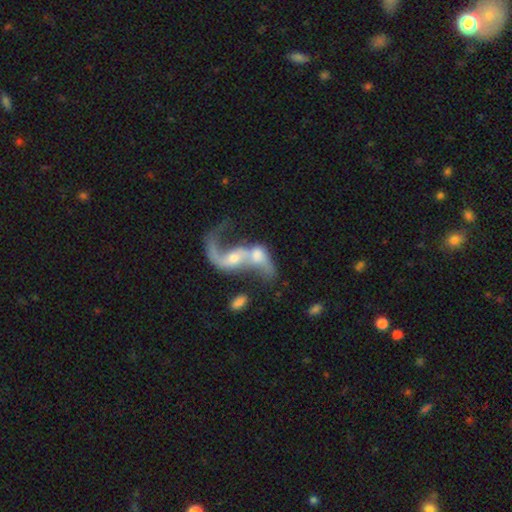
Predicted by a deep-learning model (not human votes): featured or disk 76%, smooth 16%, star or artifact 7%. Down the decision tree: edge-on disk — no (95%); bar — no (54%); spiral arms — yes (78%); spiral arm count — 2 (62%); spiral winding — loose (86%); bulge size — moderate (46%); merging — merger (65%).